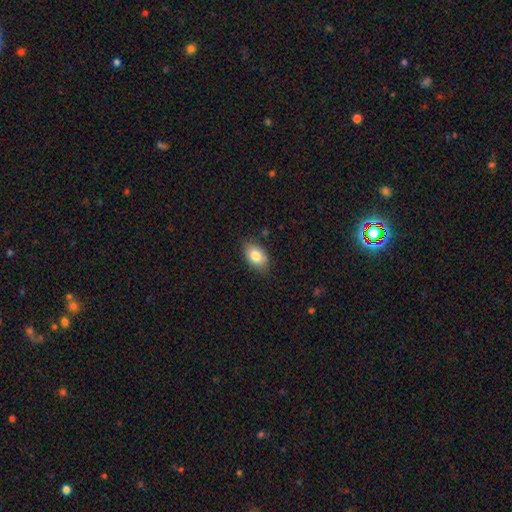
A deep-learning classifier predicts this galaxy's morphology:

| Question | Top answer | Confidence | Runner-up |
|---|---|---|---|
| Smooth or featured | smooth | 82% | featured or disk (10%) |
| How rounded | in between | 88% | round (10%) |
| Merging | none | 82% | minor disturbance (14%) |